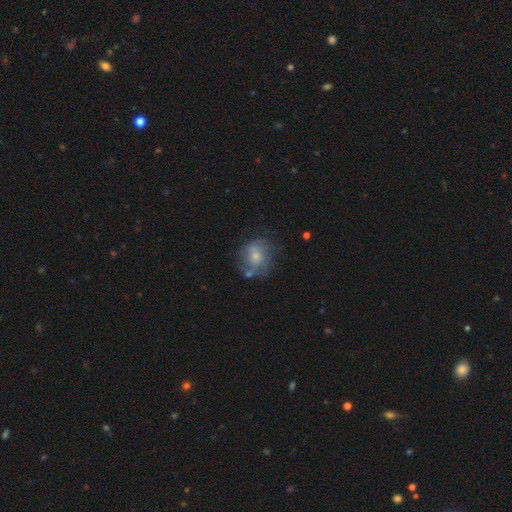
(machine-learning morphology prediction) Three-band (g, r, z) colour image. It shows a featured or disk galaxy (54%) with no bar (73%), spiral arms (69%) and a small central bulge (49%). Merging: none (51%).